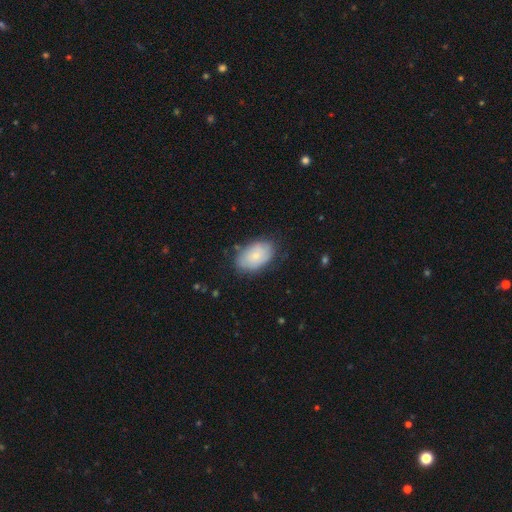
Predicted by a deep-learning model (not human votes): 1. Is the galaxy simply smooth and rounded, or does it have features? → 69% smooth, 24% featured or disk, 7% star or artifact.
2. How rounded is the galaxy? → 91% in between, 8% round, 1% cigar-shaped.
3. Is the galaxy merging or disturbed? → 74% none, 20% minor disturbance, 5% major disturbance, 2% merger.